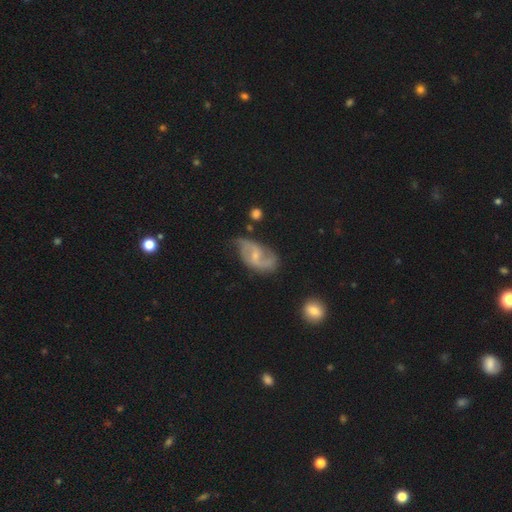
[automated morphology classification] featured or disk 83%, smooth 12%, star or artifact 6%. Down the decision tree: edge-on disk — no (97%); bar — weak (51%); spiral arms — yes (94%); spiral arm count — 2 (88%); spiral winding — loose (47%); bulge size — small (64%); merging — none (60%).